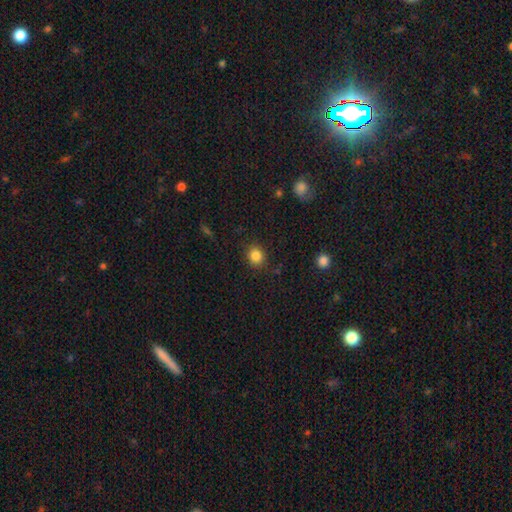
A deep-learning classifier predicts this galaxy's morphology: The model was most divided on "how rounded": round: 76%, in between: 24%, cigar-shaped: 1%. More confident: merging — none (87%); smooth or featured — smooth (84%).